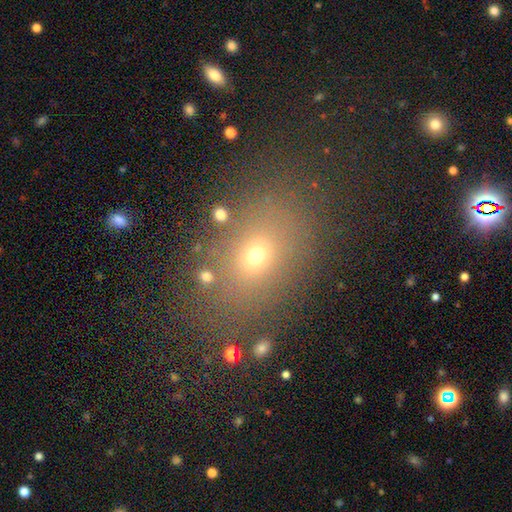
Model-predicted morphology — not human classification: Smooth or featured? Predicted: smooth (p=0.64). How rounded? Predicted: in between (p=0.64). Merging? Predicted: none (p=0.81).